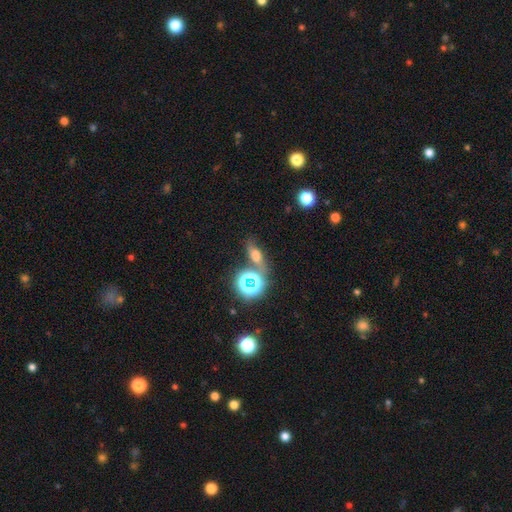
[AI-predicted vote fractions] A smooth galaxy with no disk features (51%) that is in between round and cigar-shaped (56%).

Vote fractions:
- Smooth or featured? smooth: 51% / star or artifact: 28% / featured or disk: 21%
- How rounded? in between: 56% / round: 24% / cigar-shaped: 20%
- Merging? none: 59% / merger: 17% / minor disturbance: 16% / major disturbance: 8%